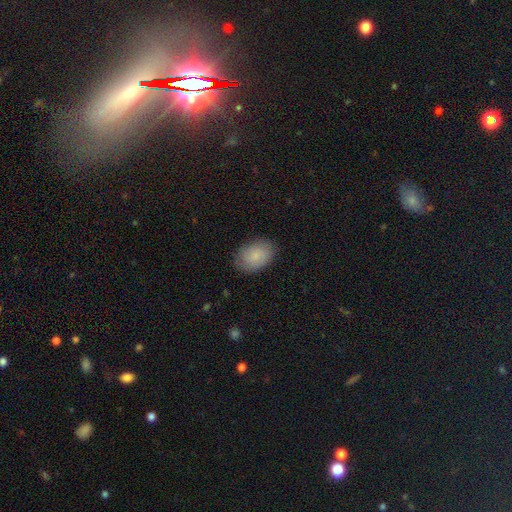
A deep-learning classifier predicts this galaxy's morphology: Smooth or featured: smooth — 85% (featured or disk — 8%)
How rounded: in between — 85% (round — 14%)
Merging: none — 82% (minor disturbance — 14%)